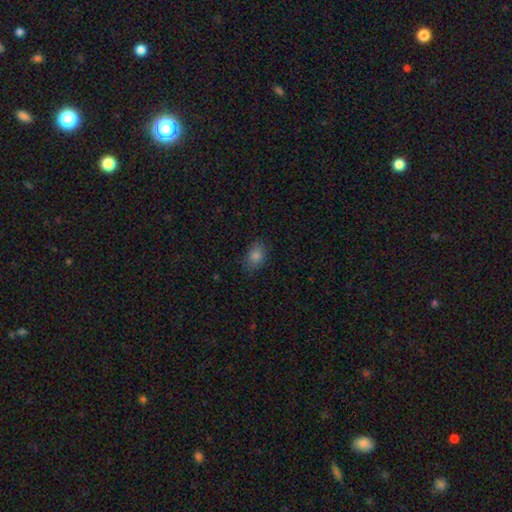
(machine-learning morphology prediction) smooth 79%, star or artifact 13%, featured or disk 8%. Down the decision tree: how rounded — in between (74%); merging — none (82%).